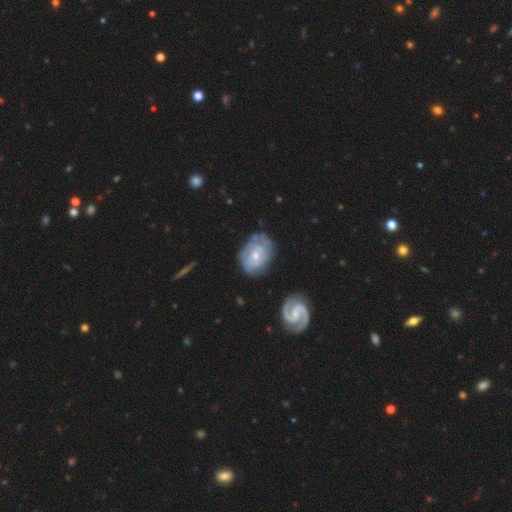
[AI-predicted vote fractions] smooth-or-featured: featured or disk: 72% | smooth: 22% | star or artifact: 6%
  disk-edge-on: no: 96% | yes: 4%
    bar: no: 65% | weak: 30% | strong: 5%
    has-spiral-arms: yes: 83% | no: 17%
      spiral-winding: tight: 54% | medium: 33% | loose: 13%
      spiral-arm-count: 2: 39% | can't tell: 38% | 3: 11% | 1: 6% | 4: 4% | more than 4: 3%
    bulge-size: small: 52% | moderate: 44% | large: 2% | none: 1% | dominant: 1%
  merging: none: 59% | minor disturbance: 25% | major disturbance: 11% | merger: 5%